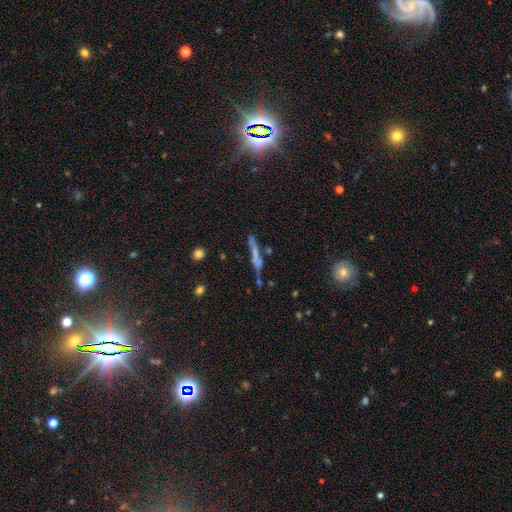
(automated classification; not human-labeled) Q: Smooth or featured?
A: smooth (47%); runner-up: featured or disk (41%)
Q: Merging?
A: none (62%); runner-up: minor disturbance (18%)